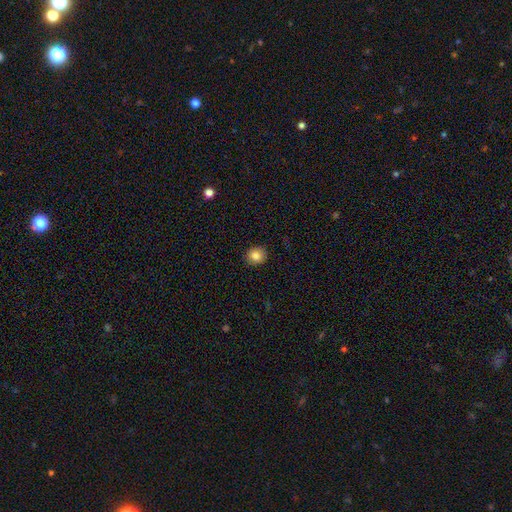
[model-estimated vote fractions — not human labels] Smooth or featured? smooth (85%)
How rounded? round (83%)
Merging? none (90%)